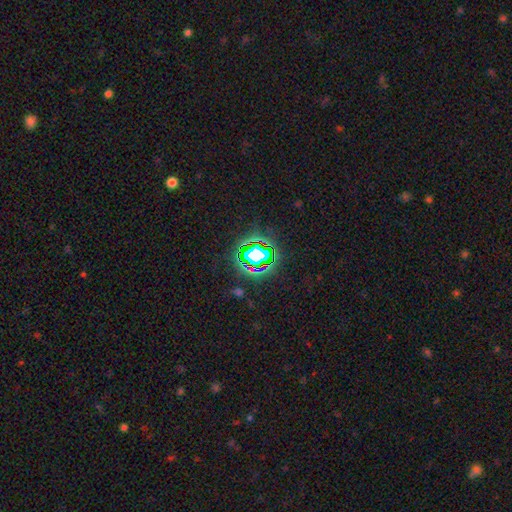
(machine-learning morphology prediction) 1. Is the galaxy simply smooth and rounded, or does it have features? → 68% star or artifact, 18% smooth, 14% featured or disk.